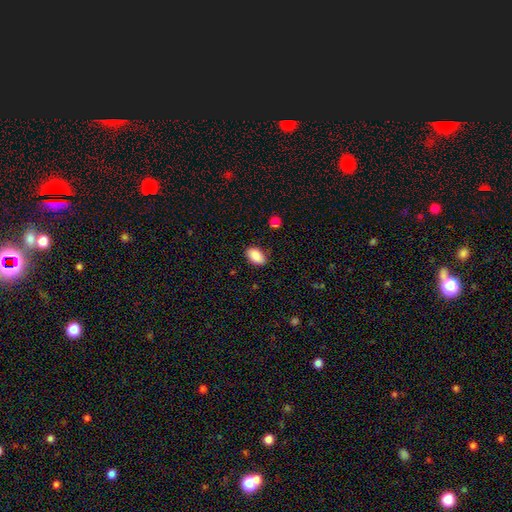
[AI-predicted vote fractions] Smooth or featured? smooth (89%)
How rounded? in between (92%)
Merging? none (83%)